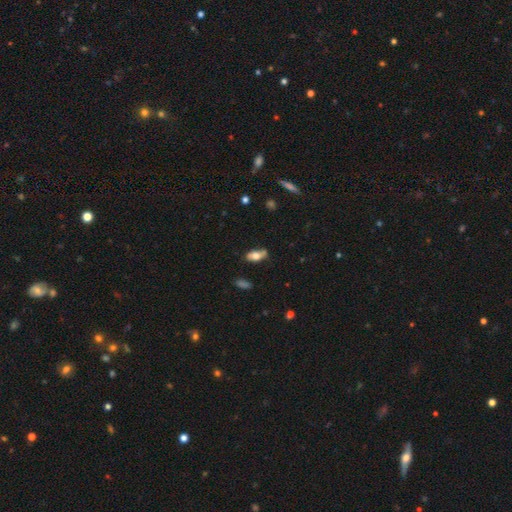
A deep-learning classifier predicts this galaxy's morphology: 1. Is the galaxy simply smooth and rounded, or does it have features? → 65% smooth, 27% featured or disk, 7% star or artifact.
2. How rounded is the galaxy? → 84% in between, 13% cigar-shaped, 4% round.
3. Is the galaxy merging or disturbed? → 66% none, 24% minor disturbance, 6% major disturbance, 4% merger.